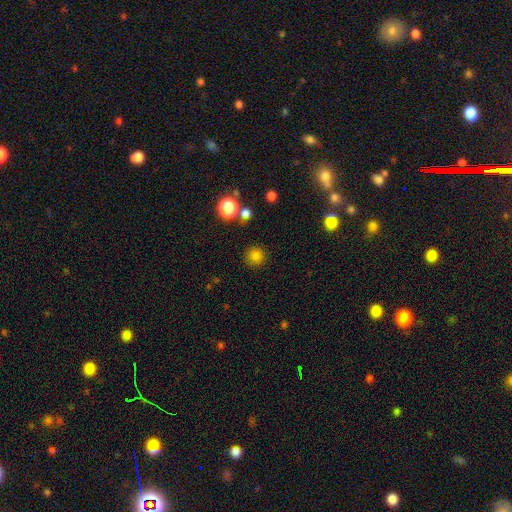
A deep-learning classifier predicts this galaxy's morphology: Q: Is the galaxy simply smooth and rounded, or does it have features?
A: smooth — 80%.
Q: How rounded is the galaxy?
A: round — 94%.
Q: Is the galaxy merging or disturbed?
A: none — 87%.